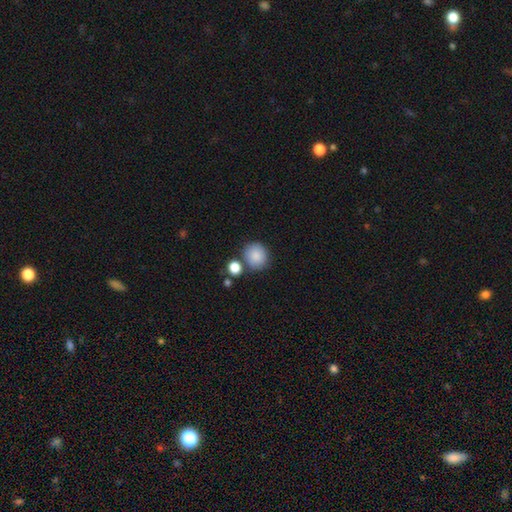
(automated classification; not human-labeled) This appears to be a smooth galaxy with no disk features (87%) that is round (84%). Merging: none (73%).